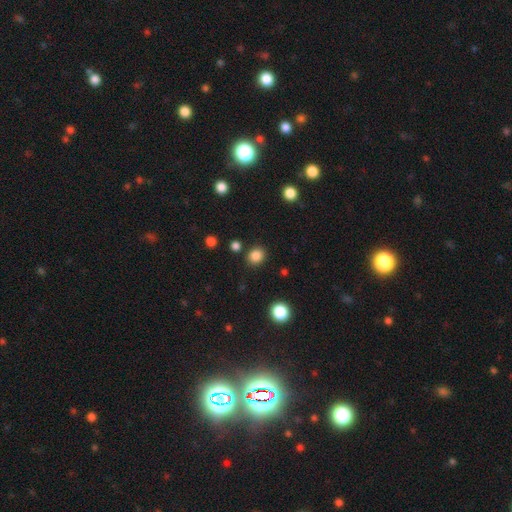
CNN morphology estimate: Smooth or featured? smooth (85%)
How rounded? round (76%)
Merging? none (87%)